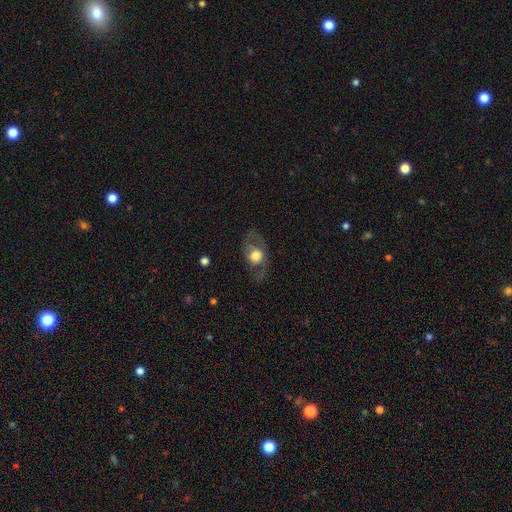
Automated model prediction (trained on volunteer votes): featured or disk 51%, smooth 42%, star or artifact 7%. Down the decision tree: edge-on disk — no (84%); merging — none (67%).